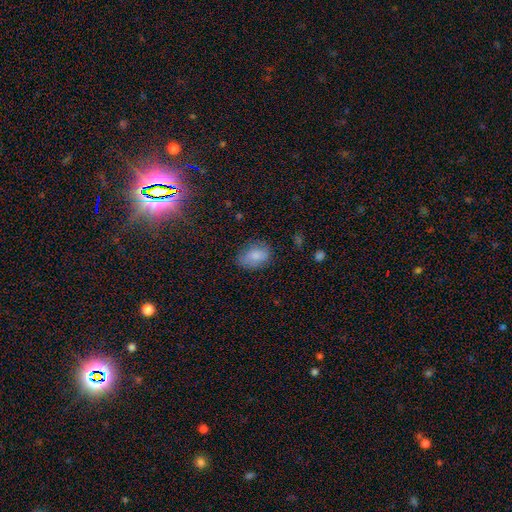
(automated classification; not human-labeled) smooth-or-featured: smooth: 82% | featured or disk: 10% | star or artifact: 8%
  how-rounded: in between: 84% | round: 14% | cigar-shaped: 2%
  merging: none: 73% | minor disturbance: 20% | major disturbance: 5% | merger: 2%